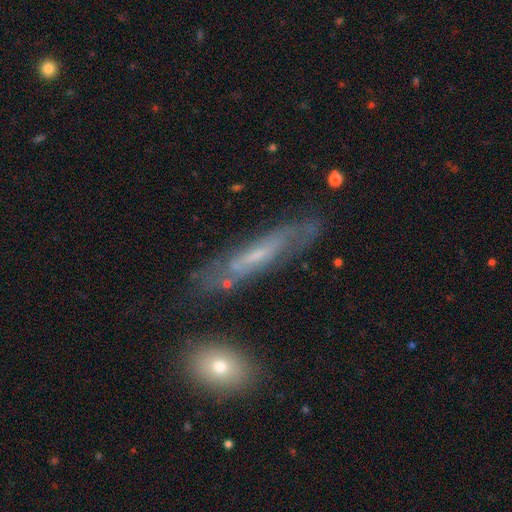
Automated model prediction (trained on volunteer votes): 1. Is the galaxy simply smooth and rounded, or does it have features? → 66% featured or disk, 26% smooth, 8% star or artifact.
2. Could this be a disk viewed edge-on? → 56% no, 44% yes.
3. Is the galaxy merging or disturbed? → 68% none, 20% minor disturbance, 8% major disturbance, 4% merger.